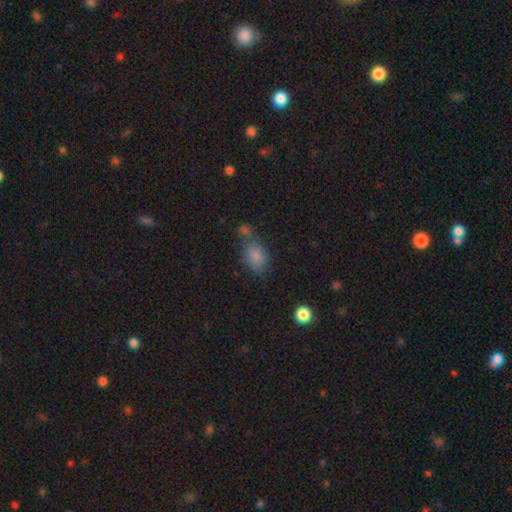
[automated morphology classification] type=smooth (82%); roundness=in between (82%); merging=none (50%).